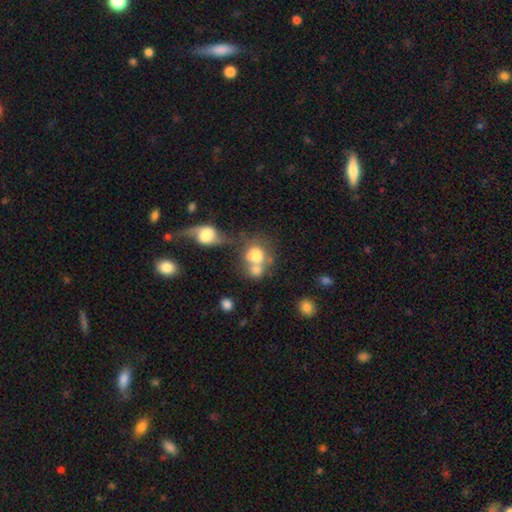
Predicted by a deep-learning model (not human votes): This is likely a smooth galaxy (68%). How rounded: likely round (66%). Merging: possibly merger (58%).